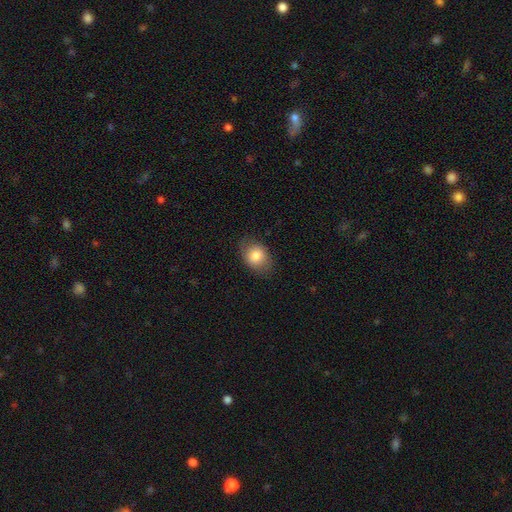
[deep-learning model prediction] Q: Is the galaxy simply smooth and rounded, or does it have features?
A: smooth — 80%.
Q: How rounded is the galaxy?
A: in between — 63%.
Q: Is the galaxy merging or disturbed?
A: none — 78%.